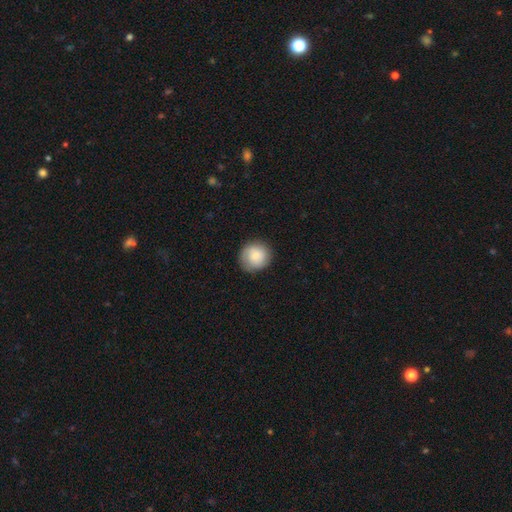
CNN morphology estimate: Overall: smooth (78%). How rounded: round (90%). Merging: none (85%).